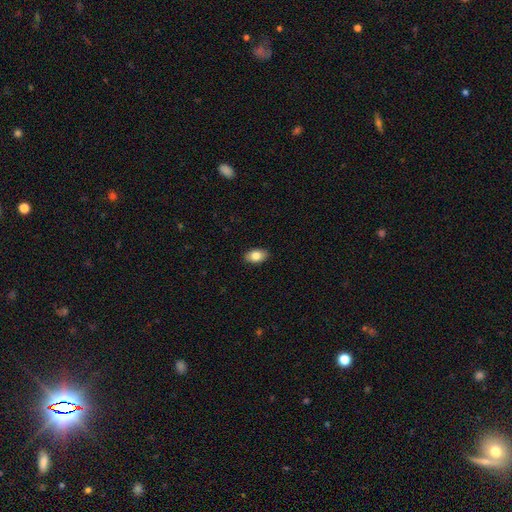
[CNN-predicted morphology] Smooth or featured? Predicted: smooth (p=0.82). How rounded? Predicted: in between (p=0.91). Merging? Predicted: none (p=0.90).